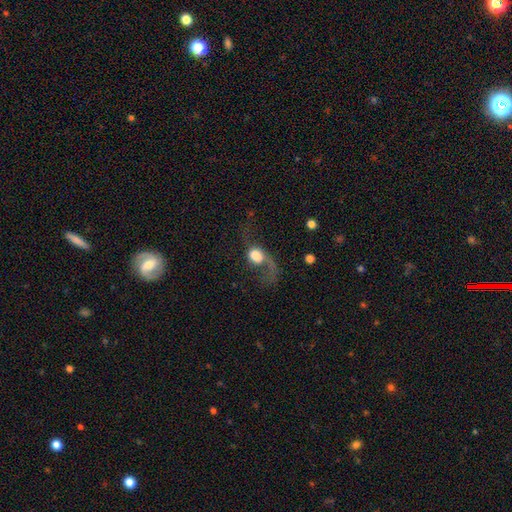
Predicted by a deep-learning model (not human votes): Smooth or featured: smooth — 46% (featured or disk — 45%)
Merging: major disturbance — 55% (none — 25%)